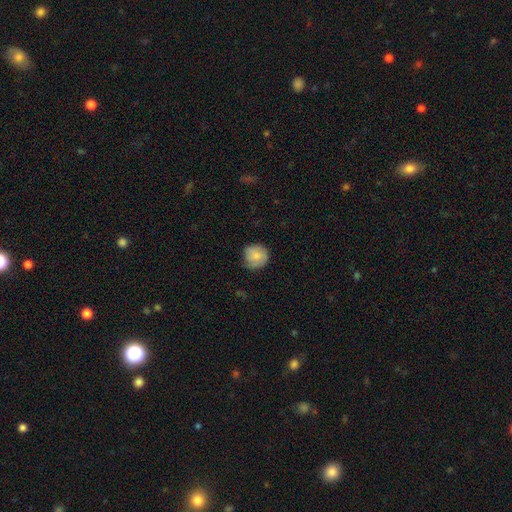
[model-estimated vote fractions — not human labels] Overall: smooth (79%). How rounded: round (90%). Merging: none (71%).